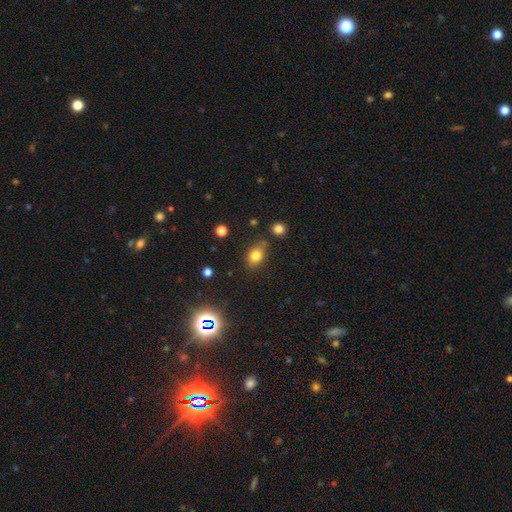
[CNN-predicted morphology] Smooth or featured? Predicted: smooth (p=0.79). How rounded? Predicted: in between (p=0.67). Merging? Predicted: none (p=0.75).